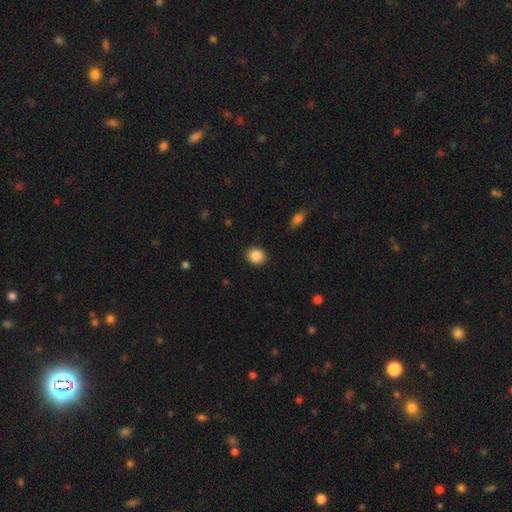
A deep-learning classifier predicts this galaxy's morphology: Smooth or featured?
  - smooth: 87% *
  - star or artifact: 8%
  - featured or disk: 5%
How rounded?
  - round: 64% *
  - in between: 35%
  - cigar-shaped: 1%
Merging?
  - none: 91% *
  - minor disturbance: 7%
  - major disturbance: 2%
  - merger: 1%